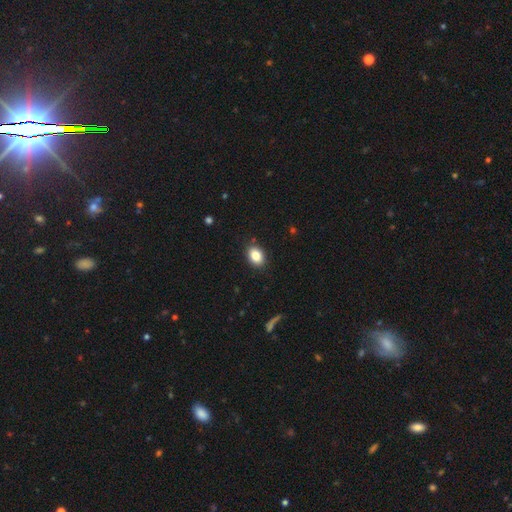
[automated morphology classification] Smooth or featured? smooth (84%)
How rounded? in between (79%)
Merging? none (89%)